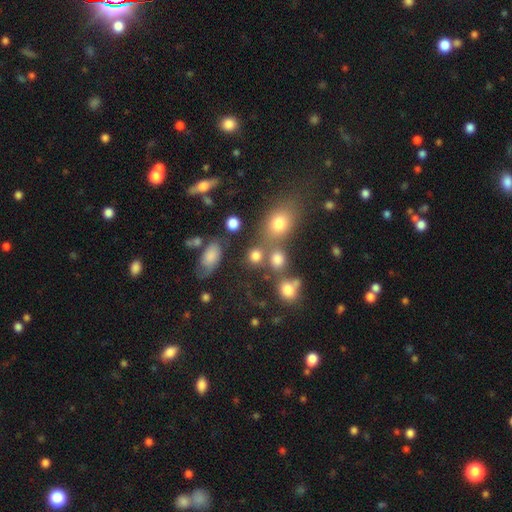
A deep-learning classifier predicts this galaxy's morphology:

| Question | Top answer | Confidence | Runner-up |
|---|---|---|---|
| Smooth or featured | smooth | 76% | star or artifact (15%) |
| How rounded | round | 74% | in between (24%) |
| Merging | none | 56% | merger (26%) |